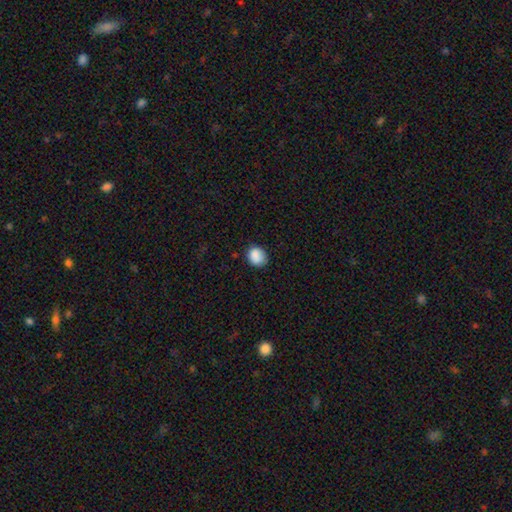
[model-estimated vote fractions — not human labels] Smooth or featured?
  - smooth: 88% *
  - star or artifact: 8%
  - featured or disk: 4%
How rounded?
  - round: 64% *
  - in between: 36%
  - cigar-shaped: 1%
Merging?
  - none: 78% *
  - minor disturbance: 17%
  - major disturbance: 3%
  - merger: 2%